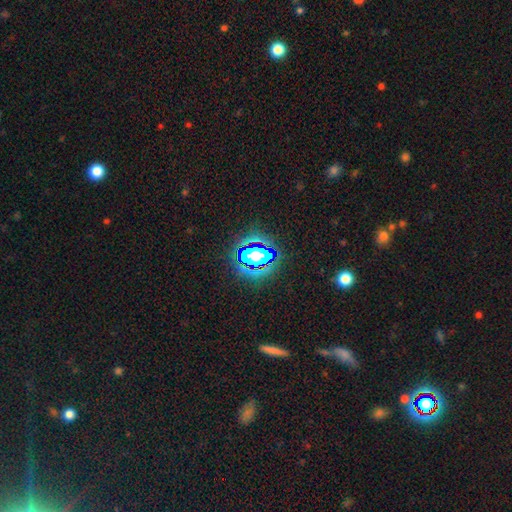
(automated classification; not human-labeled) Smooth or featured: star or artifact — 58% (smooth — 29%)